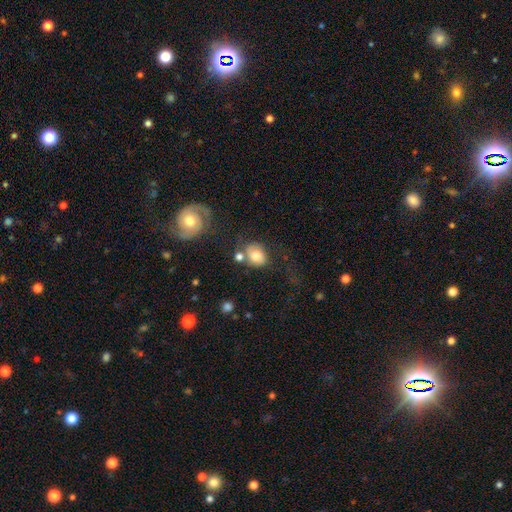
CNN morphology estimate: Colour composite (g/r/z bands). It shows a smooth galaxy with no disk features (65%) that is round (51%). Merging: none (48%).